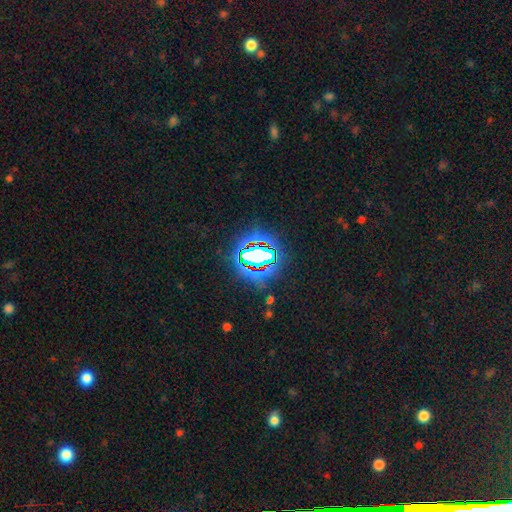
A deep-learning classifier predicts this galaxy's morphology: Smooth or featured? star or artifact (69%)